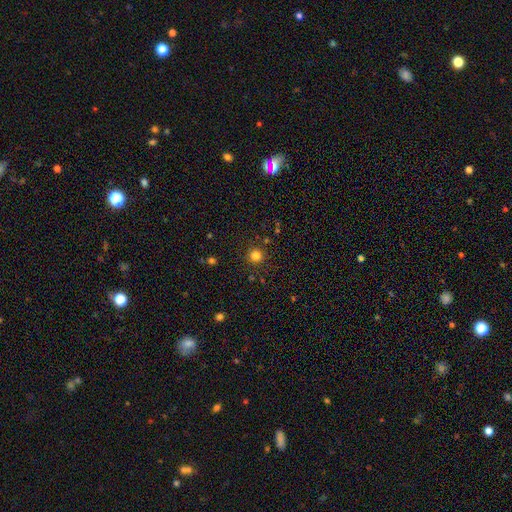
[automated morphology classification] Smooth or featured: smooth — 81% (star or artifact — 15%)
How rounded: round — 95% (in between — 4%)
Merging: none — 89% (minor disturbance — 6%)